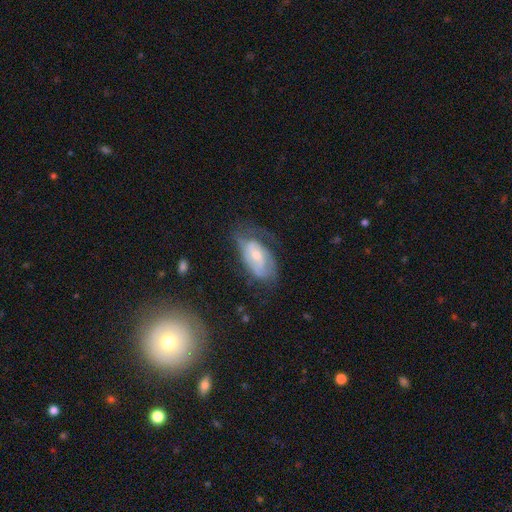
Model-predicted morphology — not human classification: Smooth or featured? featured or disk (65%)
Edge-on disk? no (94%)
Bar? no (54%)
Spiral arms? yes (80%)
Bulge size? small (51%)
Merging? none (45%)